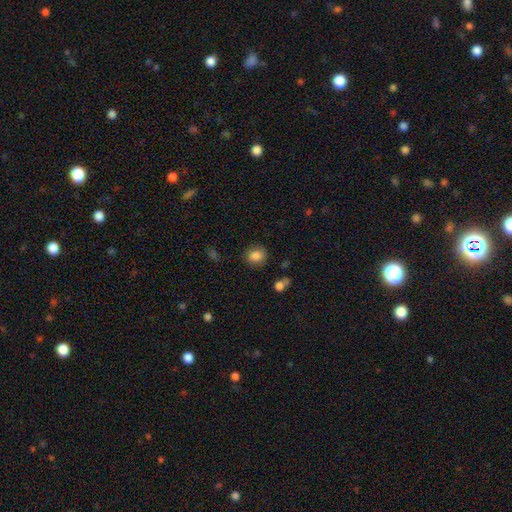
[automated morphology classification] smooth 85%, star or artifact 9%, featured or disk 6%. Down the decision tree: how rounded — round (73%); merging — none (81%).